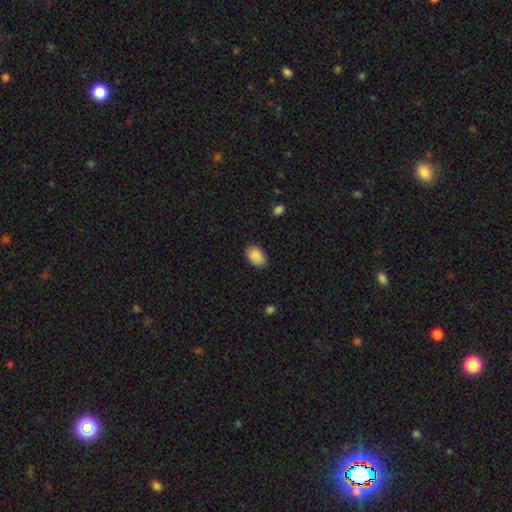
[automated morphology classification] This appears to be a smooth galaxy with no disk features (90%) that is in between round and cigar-shaped (88%). Merging: none (84%).